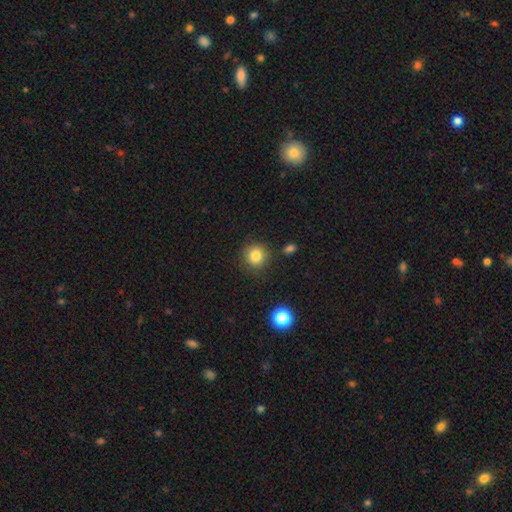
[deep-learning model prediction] Q: Smooth or featured?
A: smooth (83%); runner-up: star or artifact (11%)
Q: How rounded?
A: round (90%); runner-up: in between (9%)
Q: Merging?
A: none (85%); runner-up: minor disturbance (9%)